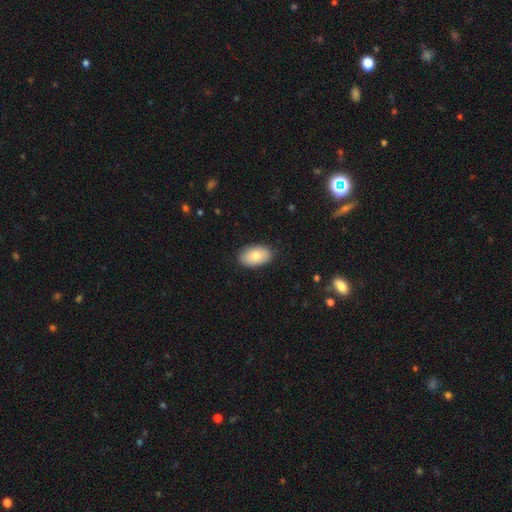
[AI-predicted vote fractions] This is clearly a smooth galaxy (80%). How rounded: clearly in between (94%). Merging: clearly none (87%).